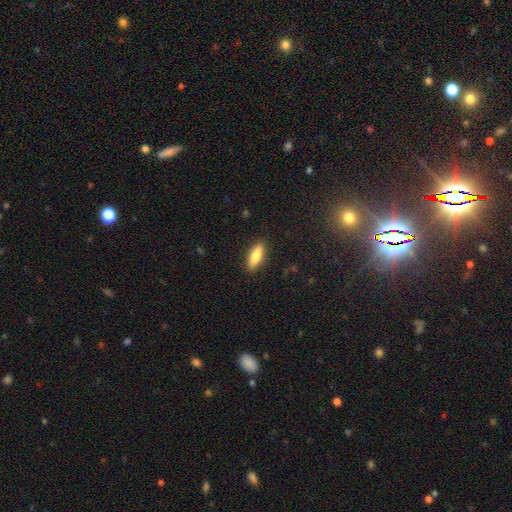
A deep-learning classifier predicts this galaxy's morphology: Smooth or featured: smooth — 73% (featured or disk — 21%)
How rounded: in between — 56% (cigar-shaped — 42%)
Merging: none — 89% (minor disturbance — 8%)